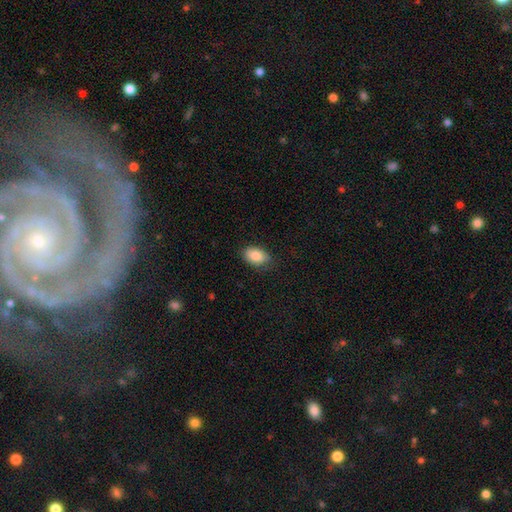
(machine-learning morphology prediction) This is clearly a smooth galaxy (87%). How rounded: clearly in between (89%). Merging: clearly none (81%).